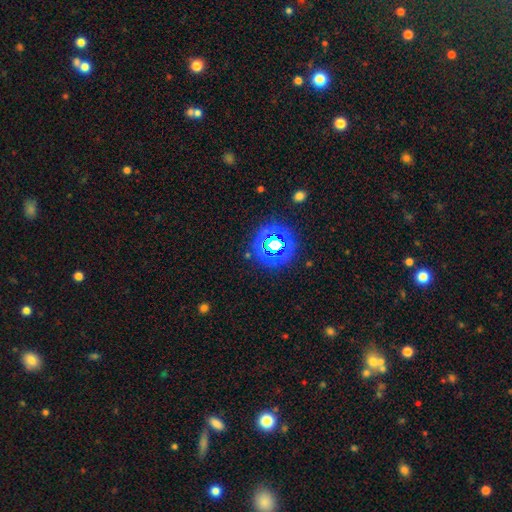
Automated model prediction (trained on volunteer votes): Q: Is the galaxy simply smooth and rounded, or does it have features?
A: star or artifact — 74%.